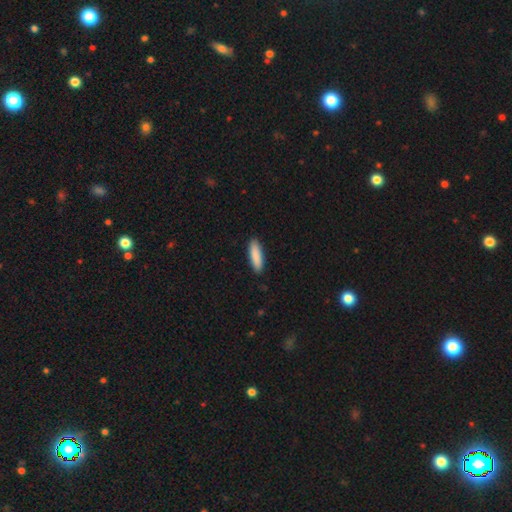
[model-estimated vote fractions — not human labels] smooth_or_featured: smooth (p=0.89) [alt: featured or disk p=0.06]
how_rounded: cigar-shaped (p=0.60) [alt: in between p=0.38]
merging: none (p=0.90) [alt: minor disturbance p=0.07]